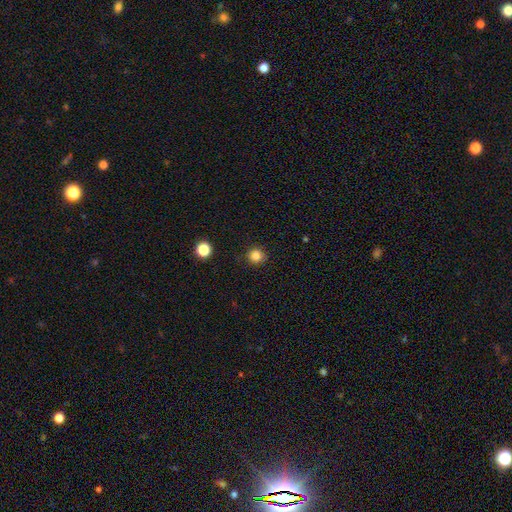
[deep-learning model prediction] A smooth galaxy with no disk features (84%) that is round (93%).

Vote fractions:
- Smooth or featured? smooth: 84% / star or artifact: 12% / featured or disk: 4%
- How rounded? round: 93% / in between: 6% / cigar-shaped: 1%
- Merging? none: 88% / minor disturbance: 8% / major disturbance: 2% / merger: 1%